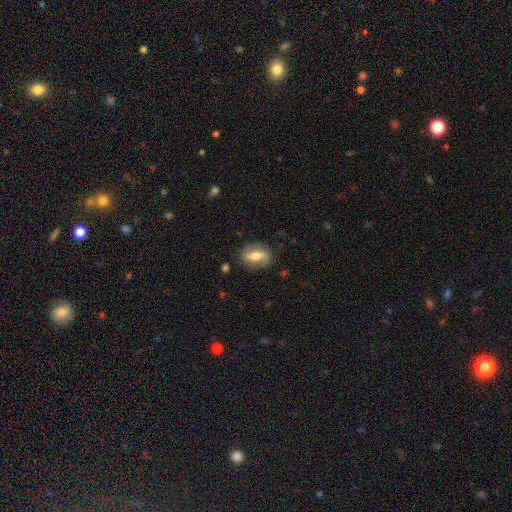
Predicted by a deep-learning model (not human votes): The model was most divided on "bar": strong: 38%, weak: 35%, no: 27%. More confident: edge-on disk — no (91%); merging — none (81%); spiral arms — yes (81%); bulge size — moderate (62%); smooth or featured — featured or disk (59%).